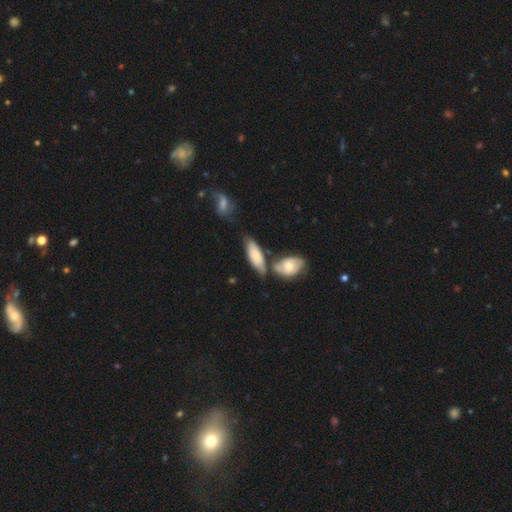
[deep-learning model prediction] Smooth or featured?
  - smooth: 66% *
  - featured or disk: 28%
  - star or artifact: 6%
How rounded?
  - in between: 77% *
  - cigar-shaped: 21%
  - round: 2%
Merging?
  - none: 45% *
  - merger: 30%
  - minor disturbance: 19%
  - major disturbance: 6%